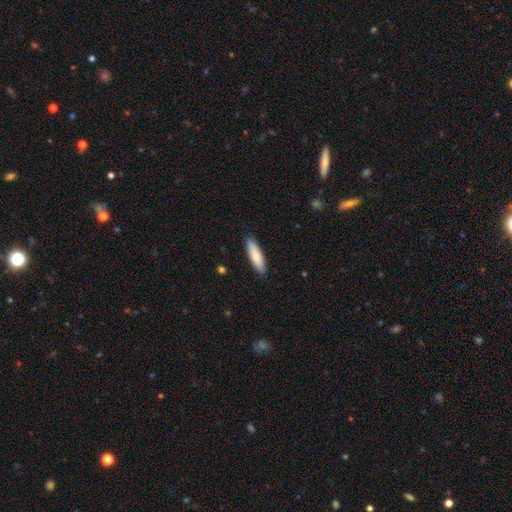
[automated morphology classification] Smooth or featured? Predicted: smooth (p=0.81). How rounded? Predicted: cigar-shaped (p=0.61). Merging? Predicted: none (p=0.90).